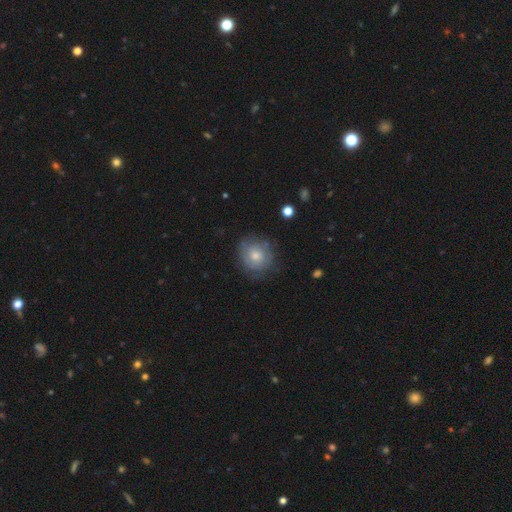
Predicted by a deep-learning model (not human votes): smooth 67%, featured or disk 25%, star or artifact 8%. Down the decision tree: how rounded — round (85%); merging — none (72%).